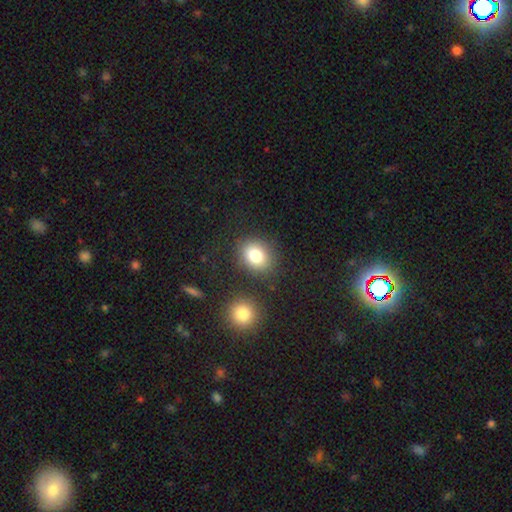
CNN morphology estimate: The model was most divided on "how rounded": round: 54%, in between: 45%, cigar-shaped: 1%. More confident: smooth or featured — smooth (81%); merging — none (80%).